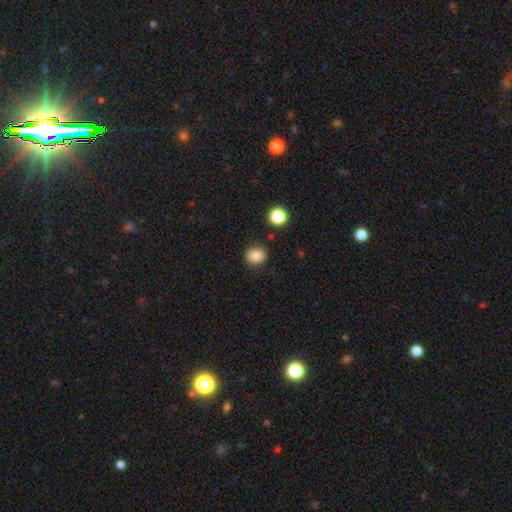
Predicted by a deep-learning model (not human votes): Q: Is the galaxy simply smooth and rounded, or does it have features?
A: smooth — 85%.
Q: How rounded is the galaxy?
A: round — 70%.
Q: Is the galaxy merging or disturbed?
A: none — 83%.